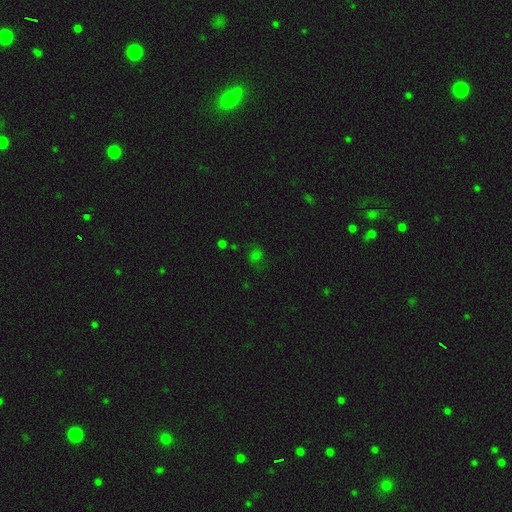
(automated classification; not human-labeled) A smooth galaxy with no disk features (56%) that is round (63%). Merging: none (61%).